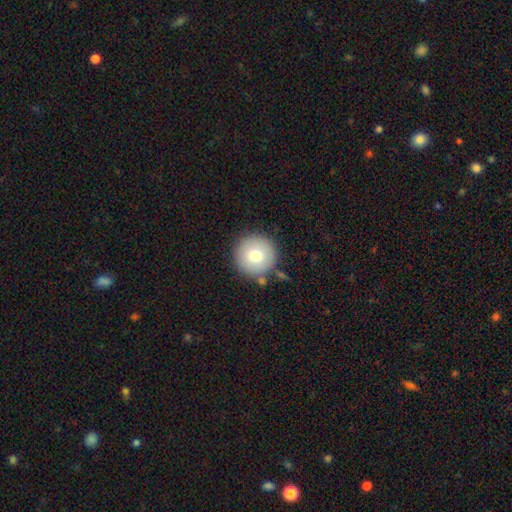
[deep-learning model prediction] smooth_or_featured: smooth (p=0.77) [alt: featured or disk p=0.15]
how_rounded: round (p=0.96) [alt: in between p=0.03]
merging: none (p=0.83) [alt: minor disturbance p=0.09]